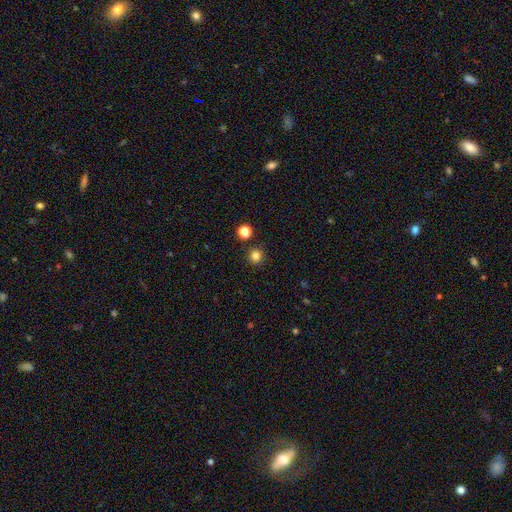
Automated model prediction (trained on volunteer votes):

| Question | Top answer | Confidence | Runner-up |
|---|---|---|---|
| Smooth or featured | smooth | 82% | star or artifact (14%) |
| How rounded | round | 95% | in between (4%) |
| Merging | none | 90% | minor disturbance (5%) |